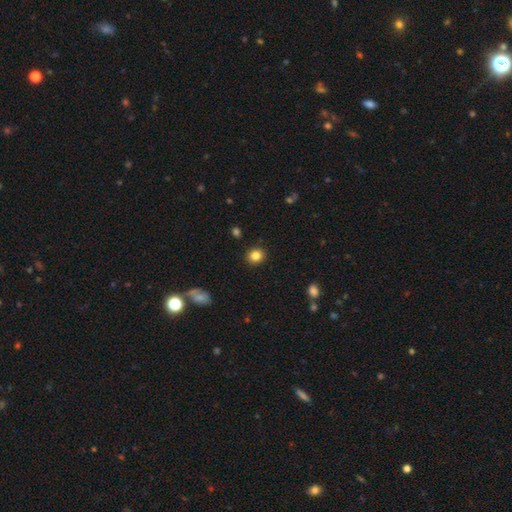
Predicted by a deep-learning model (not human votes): This appears to be a smooth galaxy with no disk features (84%) that is round (76%). Merging: none (91%).